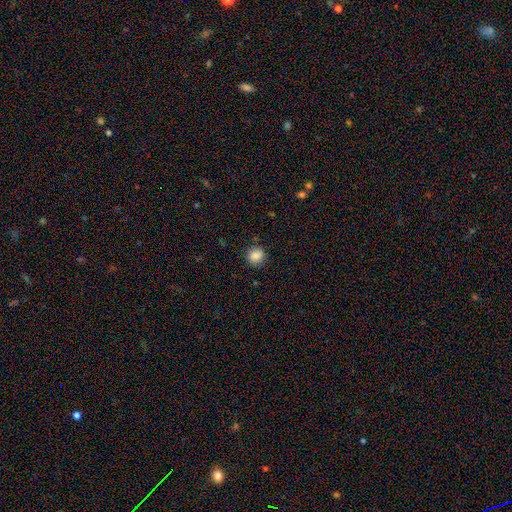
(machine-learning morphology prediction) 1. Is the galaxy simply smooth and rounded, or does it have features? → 86% smooth, 10% star or artifact, 5% featured or disk.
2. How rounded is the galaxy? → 90% round, 9% in between, 1% cigar-shaped.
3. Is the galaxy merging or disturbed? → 87% none, 9% minor disturbance, 2% major disturbance, 1% merger.